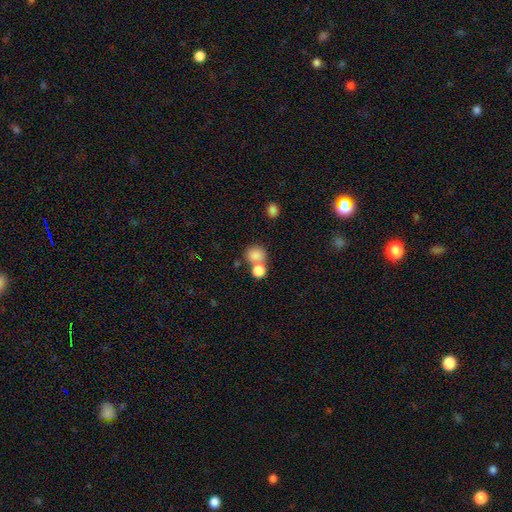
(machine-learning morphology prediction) type=smooth (82%); roundness=round (70%); merging=merger (46%).